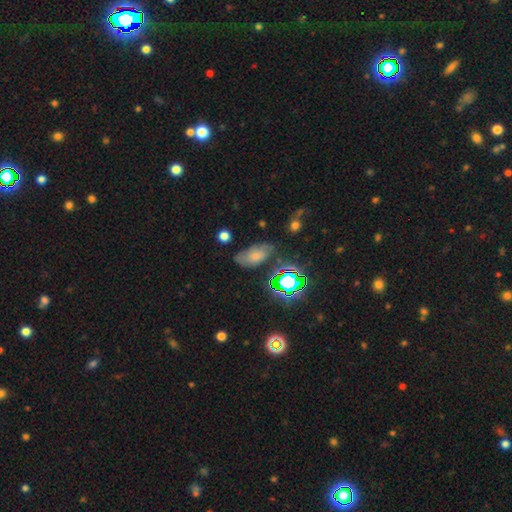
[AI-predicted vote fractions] The model was most divided on "merging": none: 57%, minor disturbance: 27%, major disturbance: 11%, merger: 5%. More confident: how rounded — in between (89%); smooth or featured — smooth (58%).